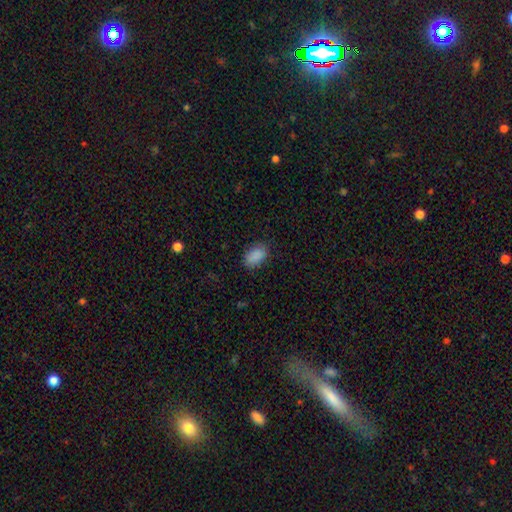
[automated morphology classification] smooth_or_featured: smooth (p=0.89) [alt: star or artifact p=0.08]
how_rounded: in between (p=0.91) [alt: round p=0.07]
merging: none (p=0.83) [alt: minor disturbance p=0.13]